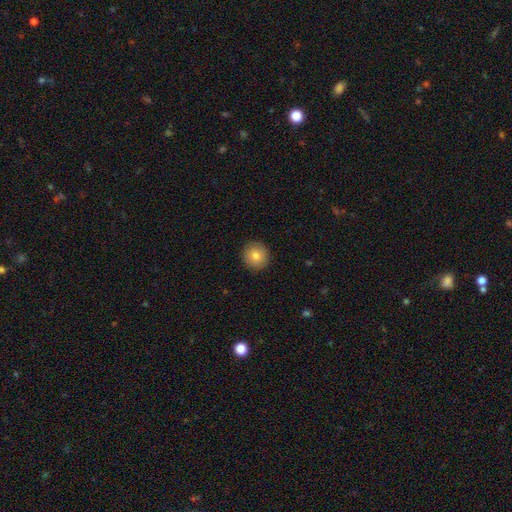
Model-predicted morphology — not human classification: A smooth galaxy with no disk features (81%) that is round (93%). Merging: none (92%).